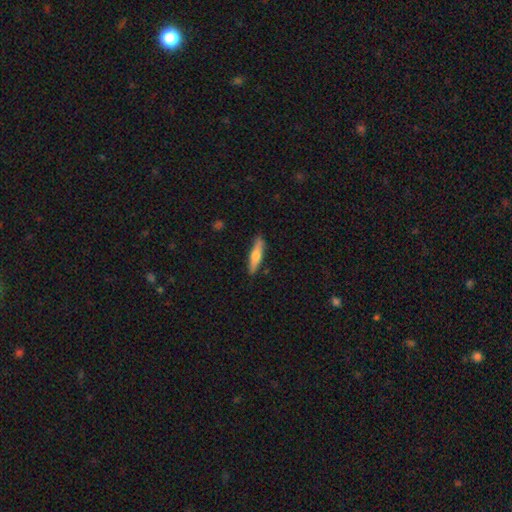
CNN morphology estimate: The model was most divided on "smooth or featured": smooth: 57%, featured or disk: 38%, star or artifact: 5%. More confident: merging — none (87%); how rounded — cigar-shaped (80%).